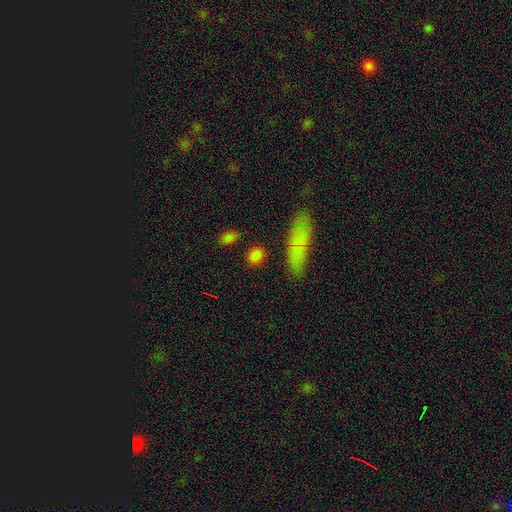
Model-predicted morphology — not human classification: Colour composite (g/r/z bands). It shows a smooth galaxy with no disk features (84%) that is in between round and cigar-shaped (51%). Merging: none (86%).